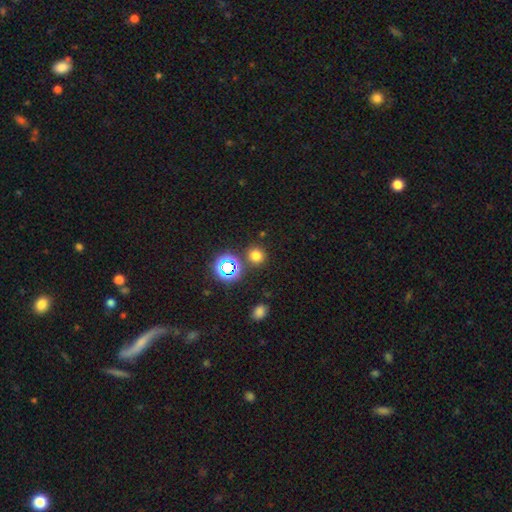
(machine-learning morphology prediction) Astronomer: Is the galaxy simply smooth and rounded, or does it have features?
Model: smooth — 70%.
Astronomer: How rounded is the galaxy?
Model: round — 86%.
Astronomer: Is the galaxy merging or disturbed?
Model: none — 83%.